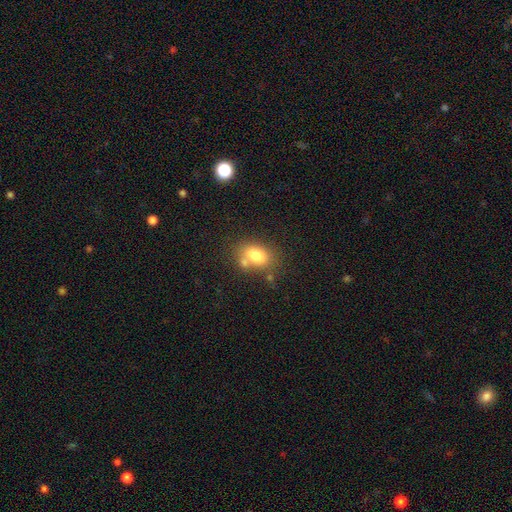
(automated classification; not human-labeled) smooth_or_featured: smooth (p=0.79) [alt: featured or disk p=0.11]
how_rounded: in between (p=0.76) [alt: round p=0.22]
merging: none (p=0.56) [alt: merger p=0.22]